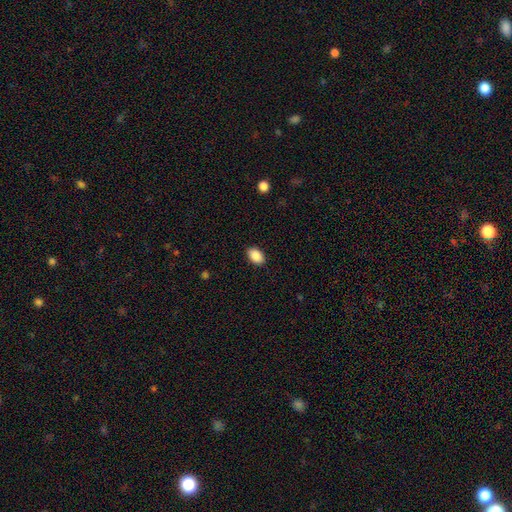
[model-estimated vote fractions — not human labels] Smooth or featured: smooth — 89% (star or artifact — 7%)
How rounded: in between — 89% (round — 9%)
Merging: none — 89% (minor disturbance — 8%)